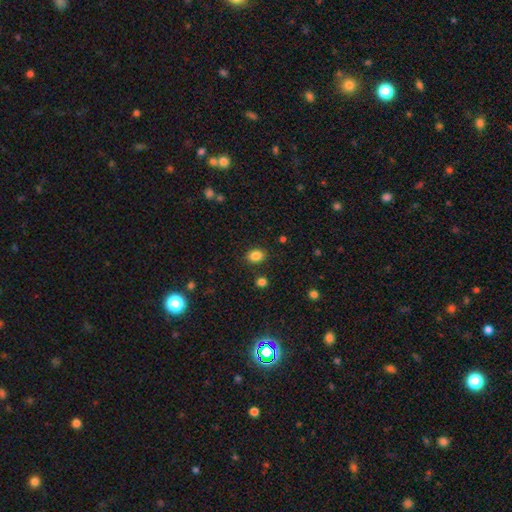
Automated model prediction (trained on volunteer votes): smooth 85%, star or artifact 10%, featured or disk 5%. Down the decision tree: how rounded — in between (67%); merging — none (85%).